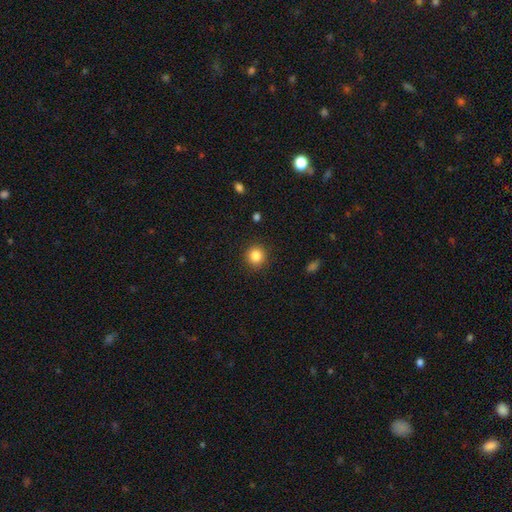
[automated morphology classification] Q: Smooth or featured?
A: smooth (85%); runner-up: star or artifact (10%)
Q: How rounded?
A: round (92%); runner-up: in between (7%)
Q: Merging?
A: none (91%); runner-up: minor disturbance (6%)